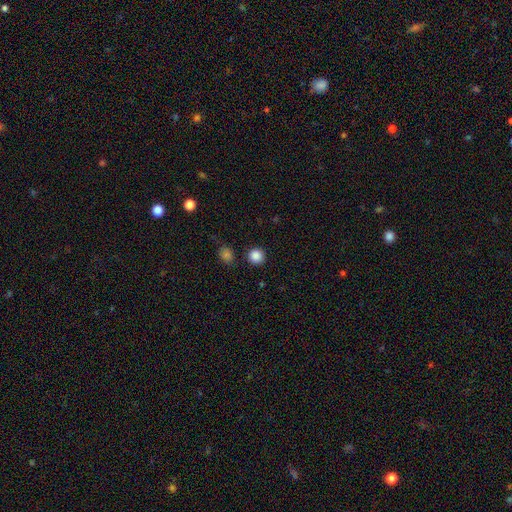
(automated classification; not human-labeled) smooth_or_featured: smooth (p=0.87) [alt: star or artifact p=0.10]
how_rounded: round (p=0.93) [alt: in between p=0.06]
merging: none (p=0.88) [alt: minor disturbance p=0.06]